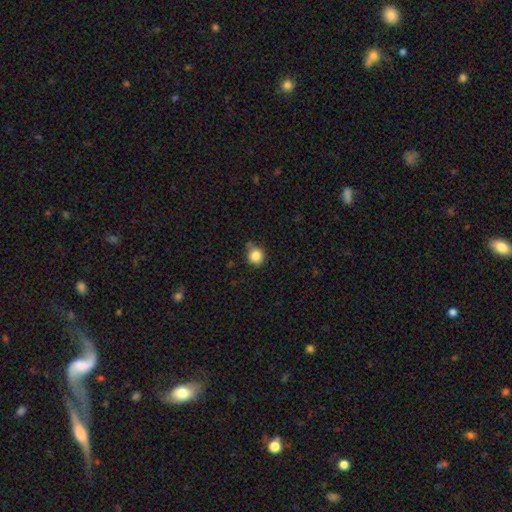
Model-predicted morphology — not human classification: A smooth galaxy with no disk features (84%) that is round (85%).

Vote fractions:
- Smooth or featured? smooth: 84% / star or artifact: 10% / featured or disk: 6%
- How rounded? round: 85% / in between: 14% / cigar-shaped: 1%
- Merging? none: 70% / minor disturbance: 22% / major disturbance: 4% / merger: 4%